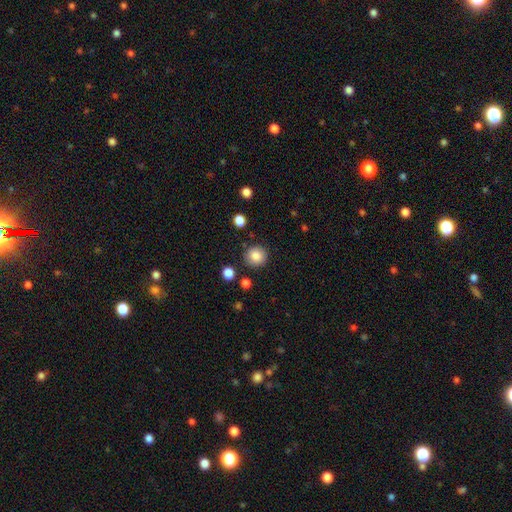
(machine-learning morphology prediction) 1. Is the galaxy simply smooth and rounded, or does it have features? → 86% smooth, 9% star or artifact, 5% featured or disk.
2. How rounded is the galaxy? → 92% round, 7% in between, 1% cigar-shaped.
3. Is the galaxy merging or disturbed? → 87% none, 8% minor disturbance, 3% major disturbance, 3% merger.